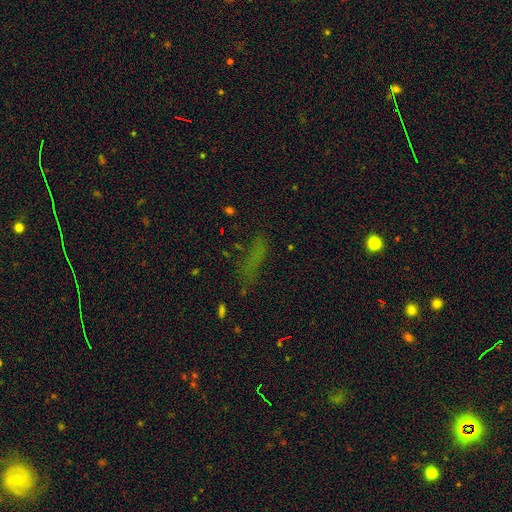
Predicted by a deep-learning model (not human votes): The model was most divided on "smooth or featured": smooth: 49%, star or artifact: 35%, featured or disk: 16%. More confident: merging — none (65%).